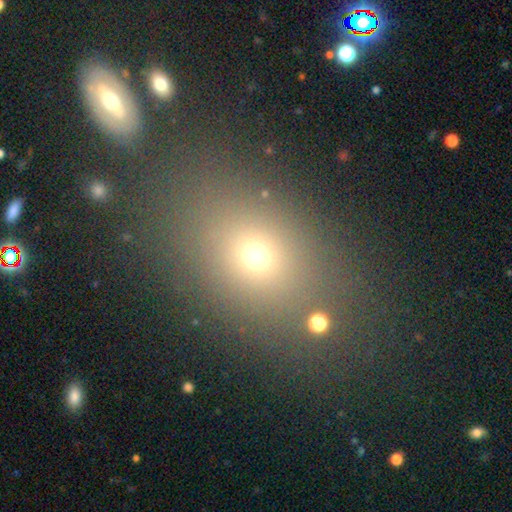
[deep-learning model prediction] A smooth galaxy with no disk features (66%) that is in between round and cigar-shaped (62%).

Vote fractions:
- Smooth or featured? smooth: 66% / star or artifact: 22% / featured or disk: 12%
- How rounded? in between: 62% / round: 36% / cigar-shaped: 2%
- Merging? none: 77% / minor disturbance: 10% / merger: 7% / major disturbance: 5%